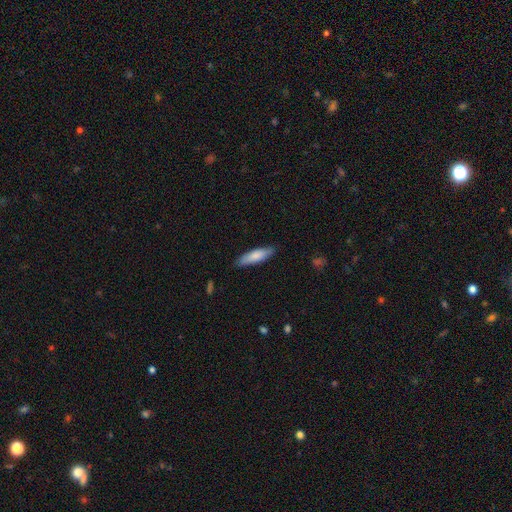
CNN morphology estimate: Smooth or featured? smooth (78%)
How rounded? cigar-shaped (65%)
Merging? none (85%)